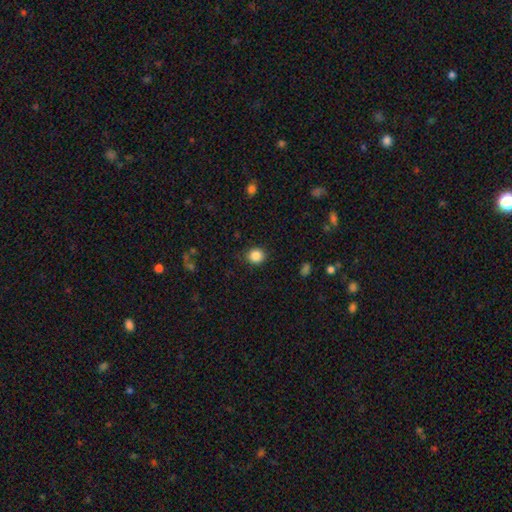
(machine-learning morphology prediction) smooth-or-featured: smooth: 85% | star or artifact: 10% | featured or disk: 4%
  how-rounded: round: 83% | in between: 16% | cigar-shaped: 1%
  merging: none: 87% | minor disturbance: 10% | major disturbance: 3% | merger: 1%